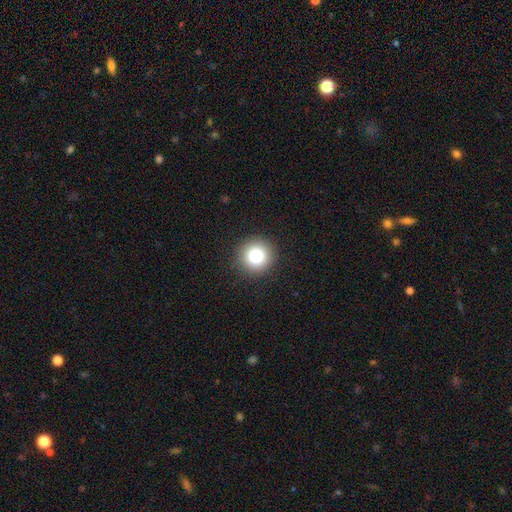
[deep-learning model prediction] This is clearly a smooth galaxy (81%). How rounded: clearly round (95%). Merging: clearly none (91%).